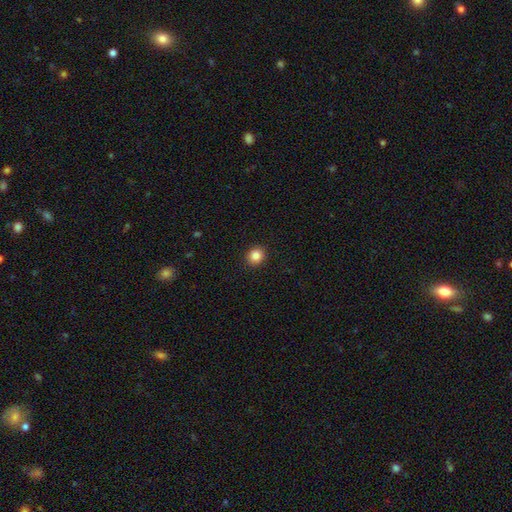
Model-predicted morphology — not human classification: Smooth or featured?
  - smooth: 85% *
  - star or artifact: 11%
  - featured or disk: 4%
How rounded?
  - round: 86% *
  - in between: 13%
  - cigar-shaped: 1%
Merging?
  - none: 92% *
  - minor disturbance: 5%
  - major disturbance: 2%
  - merger: 1%